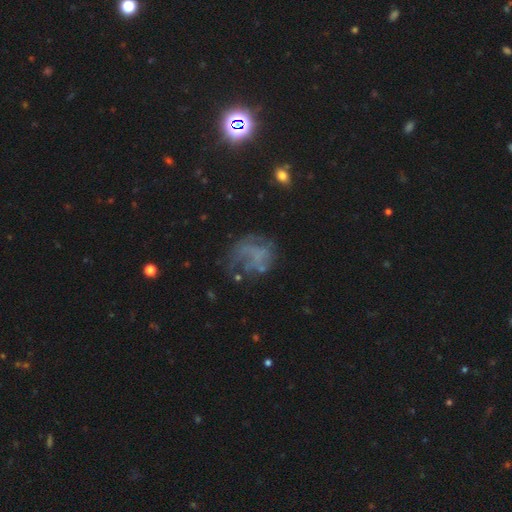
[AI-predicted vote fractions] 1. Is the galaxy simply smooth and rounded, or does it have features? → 52% featured or disk, 31% smooth, 17% star or artifact.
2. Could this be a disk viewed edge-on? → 98% no, 2% yes.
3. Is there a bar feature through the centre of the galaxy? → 85% no, 12% weak, 3% strong.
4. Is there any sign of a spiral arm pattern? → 64% no, 36% yes.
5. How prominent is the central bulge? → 81% none, 9% small, 6% moderate, 3% large, 2% dominant.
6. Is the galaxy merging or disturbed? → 40% none, 35% major disturbance, 20% minor disturbance, 5% merger.